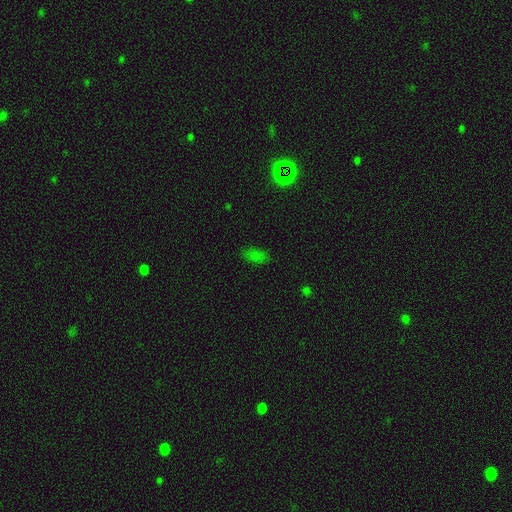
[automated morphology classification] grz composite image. It shows a smooth galaxy with no disk features (75%) that is in between round and cigar-shaped (89%). Merging: none (80%).